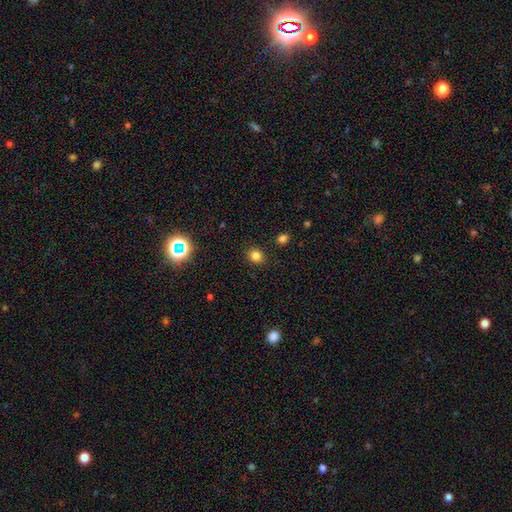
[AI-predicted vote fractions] smooth_or_featured: smooth (p=0.81) [alt: star or artifact p=0.15]
how_rounded: round (p=0.72) [alt: in between p=0.27]
merging: none (p=0.88) [alt: minor disturbance p=0.07]